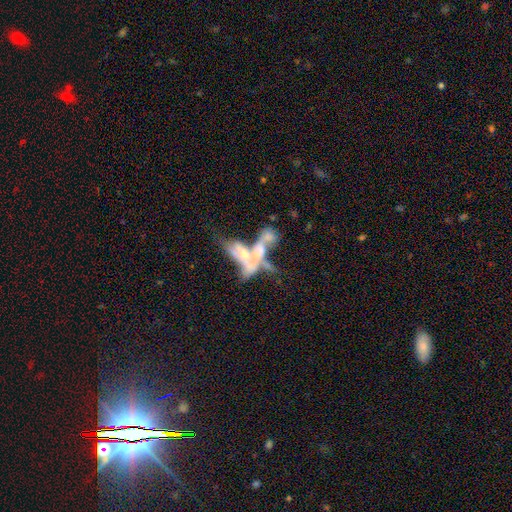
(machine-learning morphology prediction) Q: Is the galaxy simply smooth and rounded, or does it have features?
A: featured or disk — 63%.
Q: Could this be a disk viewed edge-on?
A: no — 82%.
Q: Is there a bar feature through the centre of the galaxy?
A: no — 80%.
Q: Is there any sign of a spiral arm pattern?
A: no — 78%.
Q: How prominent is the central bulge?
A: moderate — 39%.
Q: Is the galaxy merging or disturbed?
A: merger — 65%.